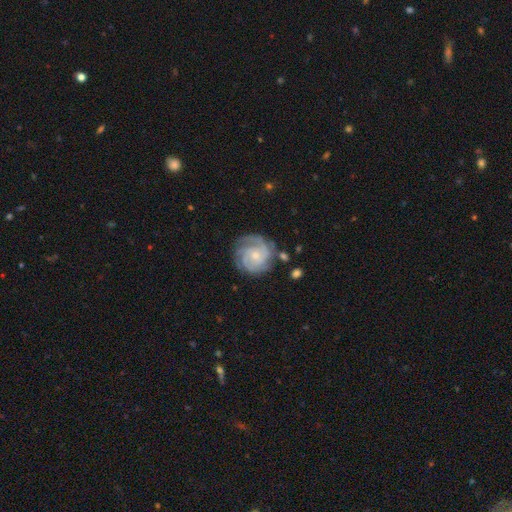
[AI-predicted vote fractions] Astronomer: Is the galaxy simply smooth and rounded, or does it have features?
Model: featured or disk — 87%.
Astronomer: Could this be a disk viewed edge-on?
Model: no — 98%.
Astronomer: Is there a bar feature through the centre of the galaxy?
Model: no — 72%.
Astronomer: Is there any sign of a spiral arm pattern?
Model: yes — 98%.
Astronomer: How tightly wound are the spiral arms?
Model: tight — 69%.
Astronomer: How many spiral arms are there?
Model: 3 — 44%.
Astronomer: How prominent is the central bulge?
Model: small — 69%.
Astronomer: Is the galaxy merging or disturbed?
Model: none — 75%.